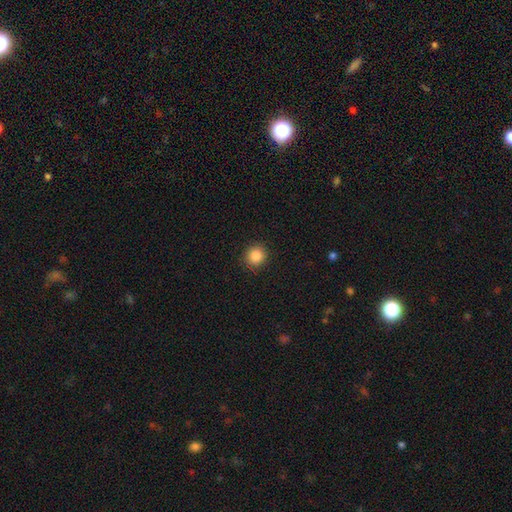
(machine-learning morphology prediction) This is clearly a smooth galaxy (85%). How rounded: clearly round (92%). Merging: clearly none (91%).